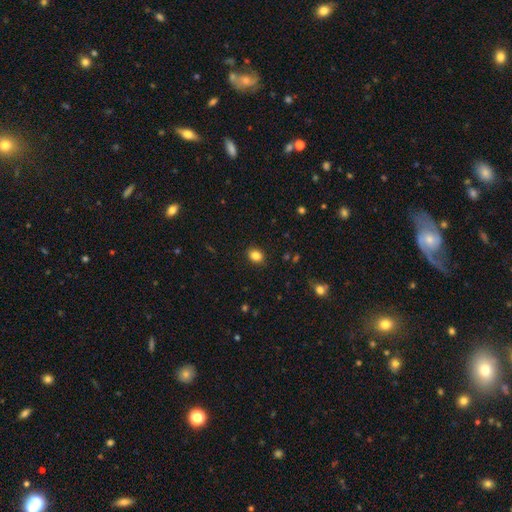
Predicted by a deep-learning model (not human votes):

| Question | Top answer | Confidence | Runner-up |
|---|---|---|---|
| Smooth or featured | smooth | 84% | star or artifact (11%) |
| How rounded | in between | 53% | round (46%) |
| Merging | none | 89% | minor disturbance (8%) |